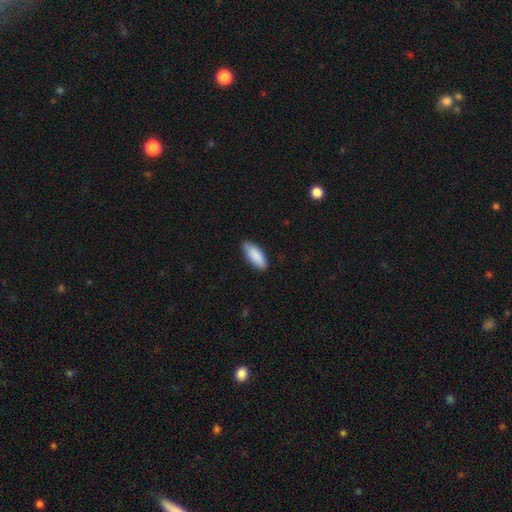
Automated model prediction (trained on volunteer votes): Smooth or featured? smooth (89%)
How rounded? in between (81%)
Merging? none (81%)